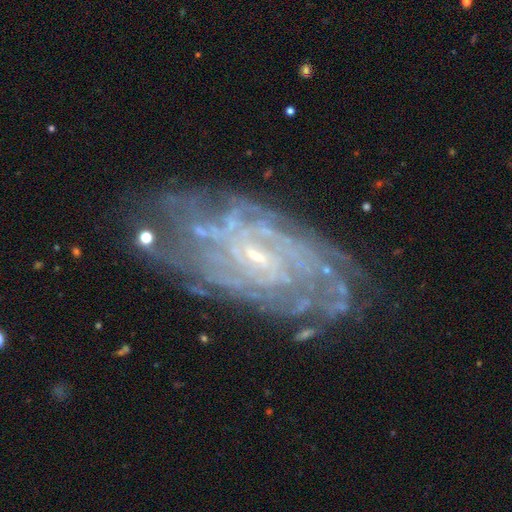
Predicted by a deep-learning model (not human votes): Q: Smooth or featured?
A: featured or disk (86%); runner-up: smooth (7%)
Q: Edge-on disk?
A: no (94%); runner-up: yes (6%)
Q: Bar?
A: weak (43%); tied with: no (43%)
Q: Spiral arms?
A: yes (93%); runner-up: no (7%)
Q: Spiral winding?
A: tight (72%); runner-up: medium (22%)
Q: Spiral arm count?
A: can't tell (47%); runner-up: 4 (13%)
Q: Bulge size?
A: small (79%); runner-up: moderate (14%)
Q: Merging?
A: none (74%); runner-up: minor disturbance (17%)